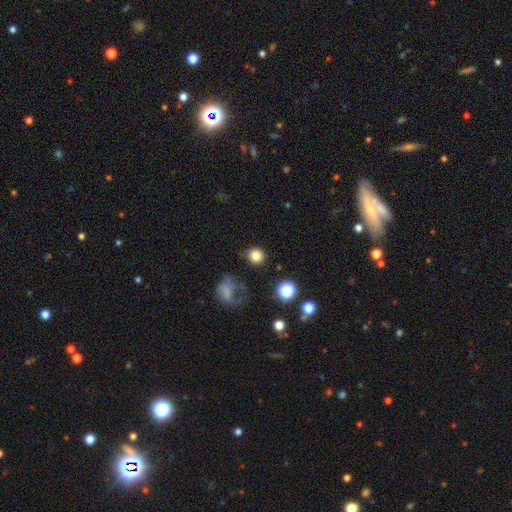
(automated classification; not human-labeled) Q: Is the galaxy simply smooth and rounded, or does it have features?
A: smooth — 81%.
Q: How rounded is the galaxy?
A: round — 91%.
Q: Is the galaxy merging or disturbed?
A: none — 85%.